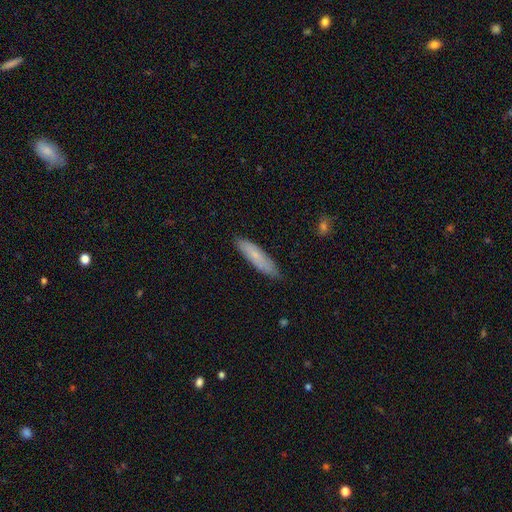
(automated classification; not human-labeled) Q: Smooth or featured?
A: smooth (69%); runner-up: featured or disk (25%)
Q: How rounded?
A: cigar-shaped (75%); runner-up: in between (23%)
Q: Merging?
A: none (81%); runner-up: minor disturbance (16%)